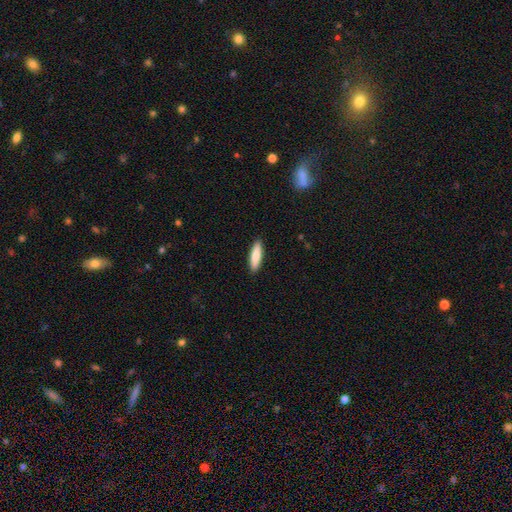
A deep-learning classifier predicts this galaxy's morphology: A smooth galaxy with no disk features (82%) that is cigar-shaped (64%).

Vote fractions:
- Smooth or featured? smooth: 82% / featured or disk: 12% / star or artifact: 5%
- How rounded? cigar-shaped: 64% / in between: 34% / round: 2%
- Merging? none: 90% / minor disturbance: 7% / major disturbance: 2% / merger: 1%